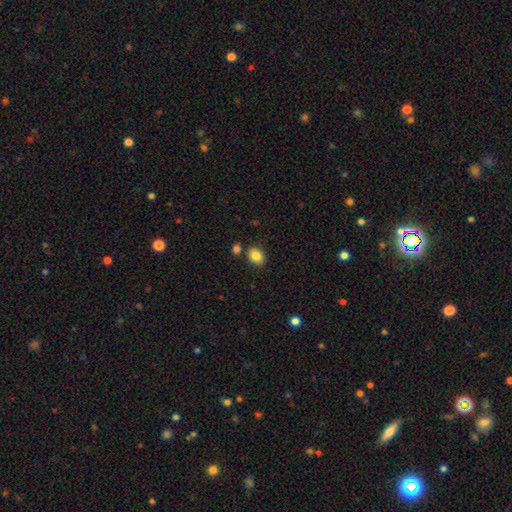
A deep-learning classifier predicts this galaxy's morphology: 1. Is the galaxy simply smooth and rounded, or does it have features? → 86% smooth, 9% star or artifact, 5% featured or disk.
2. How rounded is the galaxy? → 63% in between, 36% round, 1% cigar-shaped.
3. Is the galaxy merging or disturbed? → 79% none, 10% minor disturbance, 8% merger, 3% major disturbance.